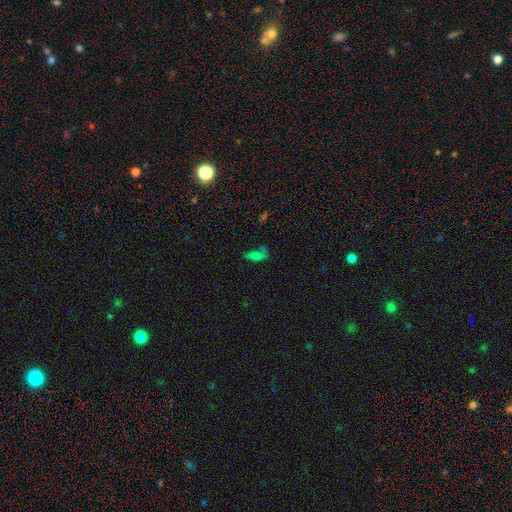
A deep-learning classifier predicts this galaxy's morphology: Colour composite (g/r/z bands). It shows a smooth galaxy with no disk features (61%) that is in between round and cigar-shaped (78%). Merging: none (37%).